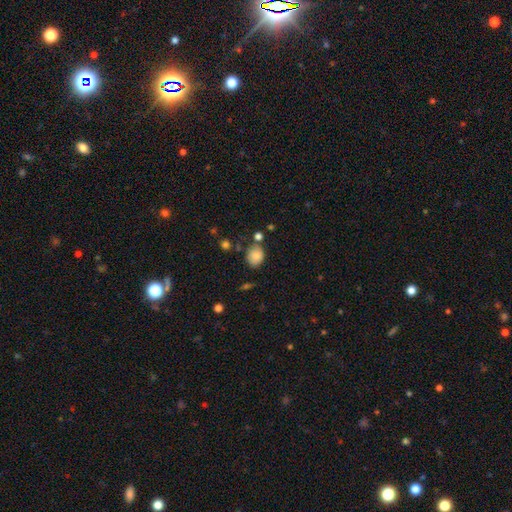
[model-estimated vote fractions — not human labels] Smooth or featured?
  - smooth: 85% *
  - star or artifact: 9%
  - featured or disk: 6%
How rounded?
  - round: 50% *
  - in between: 49%
  - cigar-shaped: 1%
Merging?
  - none: 70% *
  - minor disturbance: 17%
  - merger: 8%
  - major disturbance: 4%